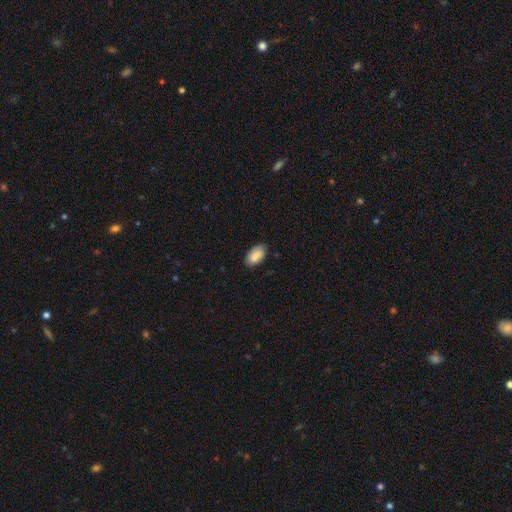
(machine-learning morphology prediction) A smooth galaxy with no disk features (84%) that is in between round and cigar-shaped (94%). Merging: none (82%).